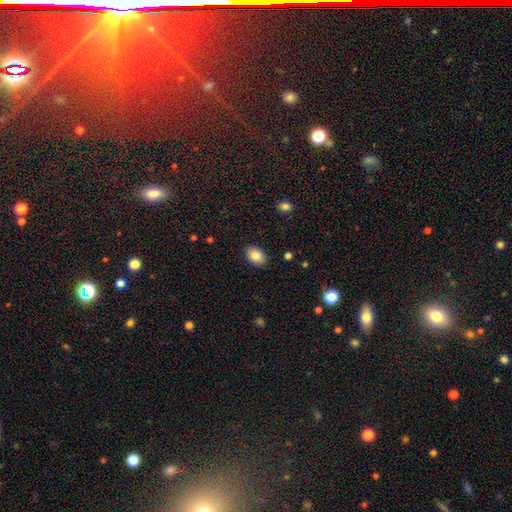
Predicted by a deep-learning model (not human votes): This is clearly a smooth galaxy (85%). How rounded: clearly in between (83%). Merging: clearly none (88%).